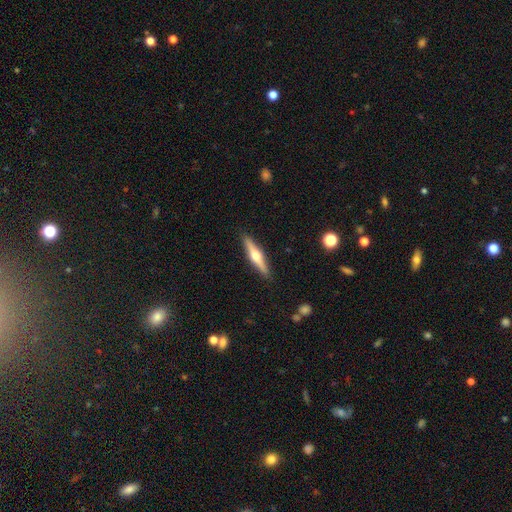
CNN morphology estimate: The model was most divided on "smooth or featured": featured or disk: 66%, smooth: 28%, star or artifact: 5%. More confident: edge-on disk — yes (97%); edge-on bulge — rounded (93%); merging — none (91%).